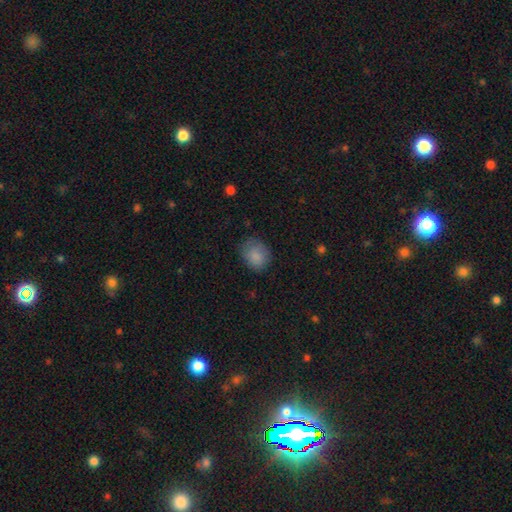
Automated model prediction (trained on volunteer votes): The model was most divided on "how rounded": round: 56%, in between: 43%, cigar-shaped: 1%. More confident: smooth or featured — smooth (85%); merging — none (73%).